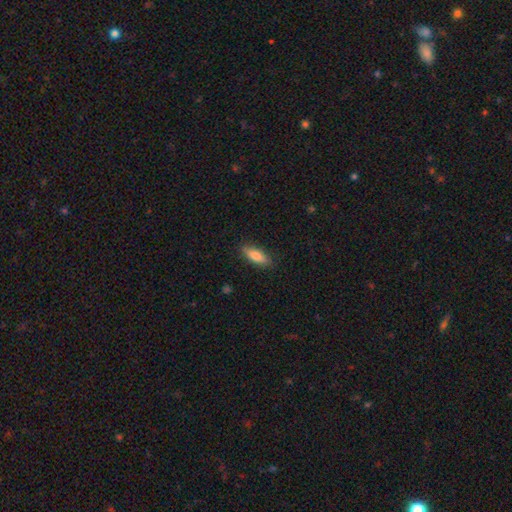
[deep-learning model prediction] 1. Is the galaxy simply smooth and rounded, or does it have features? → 80% smooth, 14% featured or disk, 6% star or artifact.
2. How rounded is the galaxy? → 57% in between, 41% cigar-shaped, 2% round.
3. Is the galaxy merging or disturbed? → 87% none, 10% minor disturbance, 2% major disturbance, 1% merger.